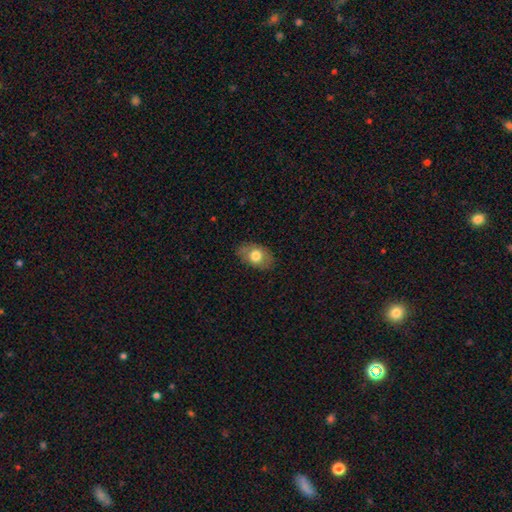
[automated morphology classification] type=smooth (72%); roundness=in between (83%); merging=none (79%).